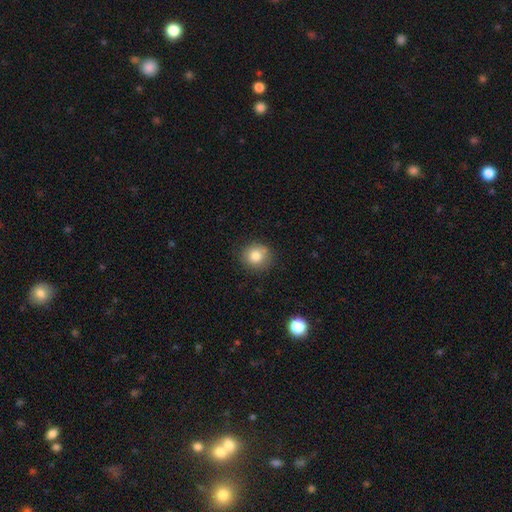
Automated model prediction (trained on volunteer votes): Overall: smooth (82%). How rounded: round (88%). Merging: none (80%).